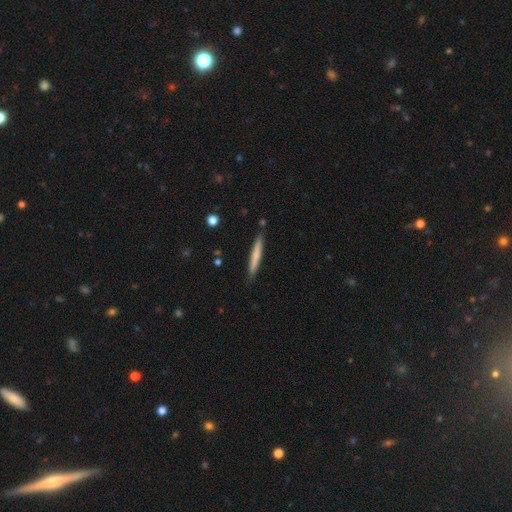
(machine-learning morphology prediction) The model was most divided on "smooth or featured": smooth: 67%, featured or disk: 27%, star or artifact: 5%. More confident: how rounded — cigar-shaped (96%); merging — none (88%).